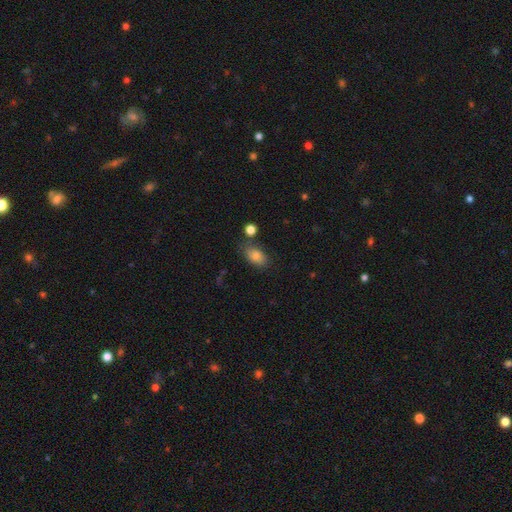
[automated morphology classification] Smooth or featured? Predicted: smooth (p=0.82). How rounded? Predicted: in between (p=0.89). Merging? Predicted: none (p=0.71).